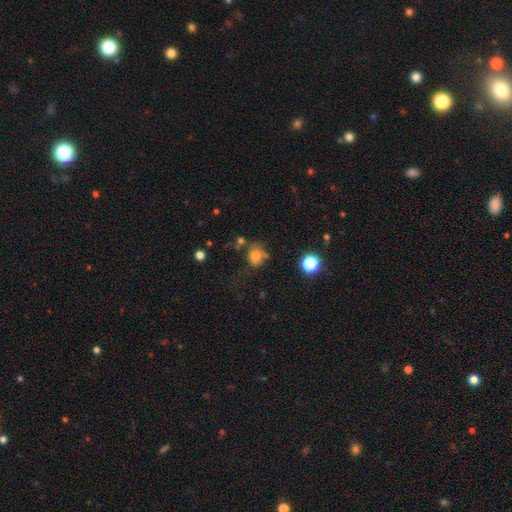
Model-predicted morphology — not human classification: Q: Smooth or featured?
A: smooth (69%); runner-up: star or artifact (16%)
Q: How rounded?
A: round (55%); runner-up: in between (44%)
Q: Merging?
A: none (39%); runner-up: minor disturbance (25%)